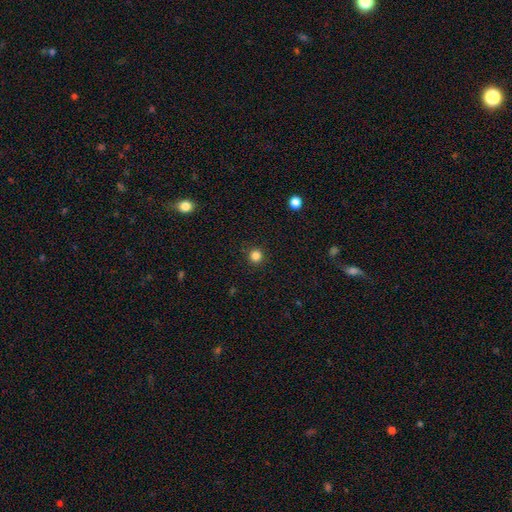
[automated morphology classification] smooth-or-featured: smooth: 84% | star or artifact: 12% | featured or disk: 4%
  how-rounded: round: 94% | in between: 5% | cigar-shaped: 1%
  merging: none: 91% | minor disturbance: 6% | major disturbance: 2% | merger: 1%